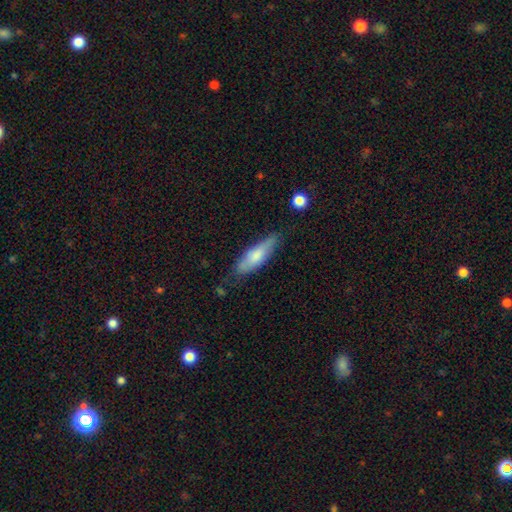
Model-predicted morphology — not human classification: type=smooth (70%); roundness=cigar-shaped (53%); merging=none (68%).